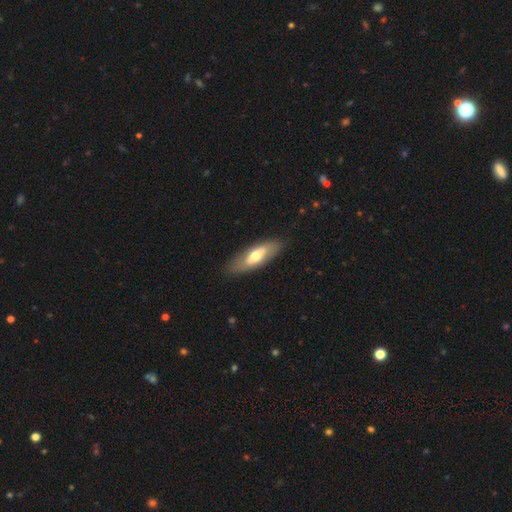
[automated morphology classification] smooth-or-featured: smooth: 55% | featured or disk: 39% | star or artifact: 5%
  how-rounded: in between: 66% | cigar-shaped: 32% | round: 2%
  merging: none: 83% | minor disturbance: 12% | major disturbance: 3% | merger: 1%